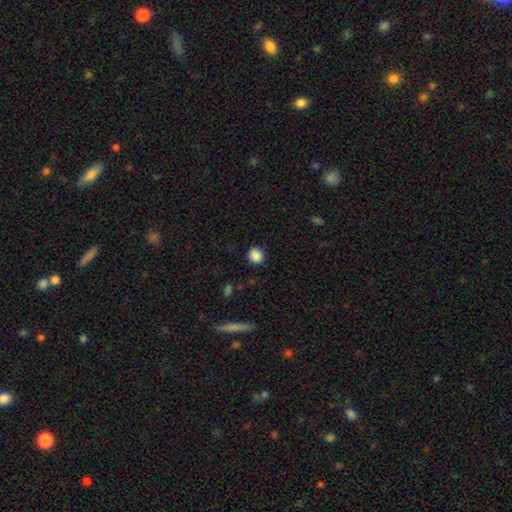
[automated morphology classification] A smooth galaxy with no disk features (87%) that is round (80%).

Vote fractions:
- Smooth or featured? smooth: 87% / star or artifact: 9% / featured or disk: 3%
- How rounded? round: 80% / in between: 19% / cigar-shaped: 1%
- Merging? none: 87% / minor disturbance: 9% / major disturbance: 3% / merger: 1%